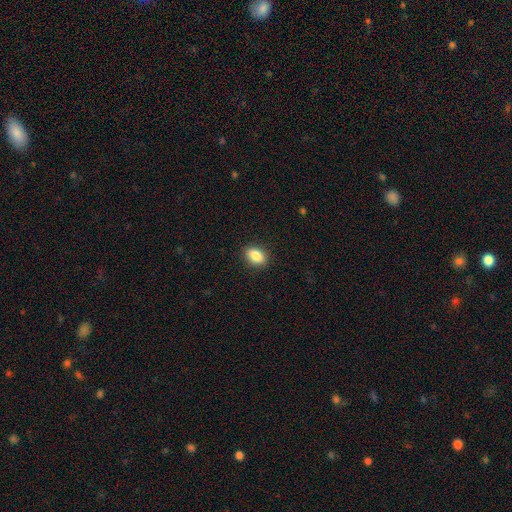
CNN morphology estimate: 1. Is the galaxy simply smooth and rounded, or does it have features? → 86% smooth, 8% star or artifact, 6% featured or disk.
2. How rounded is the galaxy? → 80% in between, 18% round, 2% cigar-shaped.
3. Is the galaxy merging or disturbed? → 89% none, 8% minor disturbance, 2% major disturbance, 1% merger.